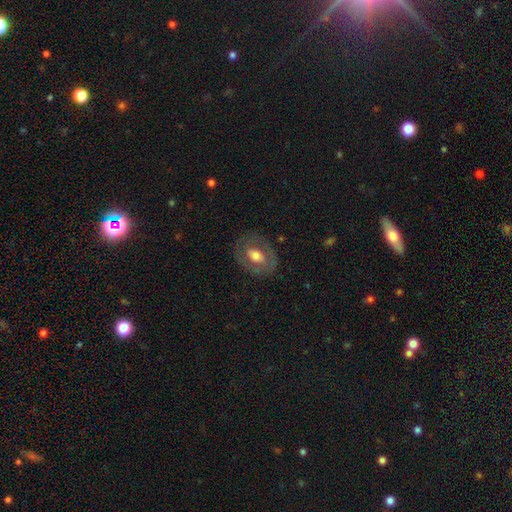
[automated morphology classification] The model was most divided on "smooth or featured" (2-way tie): smooth: 47%, featured or disk: 47%, star or artifact: 6%. More confident: merging — none (78%).